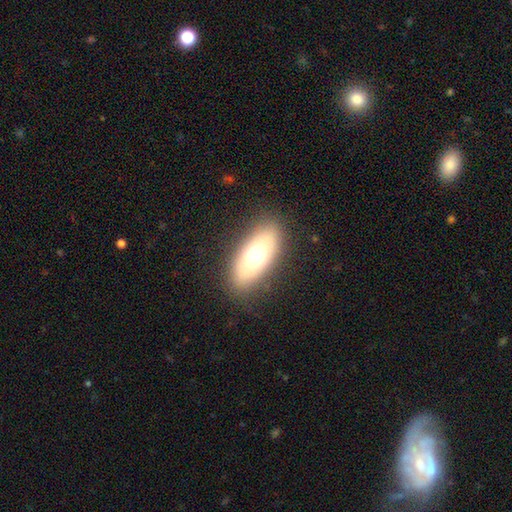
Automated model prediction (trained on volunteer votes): Smooth or featured?
  - smooth: 68% *
  - featured or disk: 24%
  - star or artifact: 8%
How rounded?
  - in between: 79% *
  - cigar-shaped: 17%
  - round: 4%
Merging?
  - none: 86% *
  - minor disturbance: 10%
  - major disturbance: 3%
  - merger: 1%